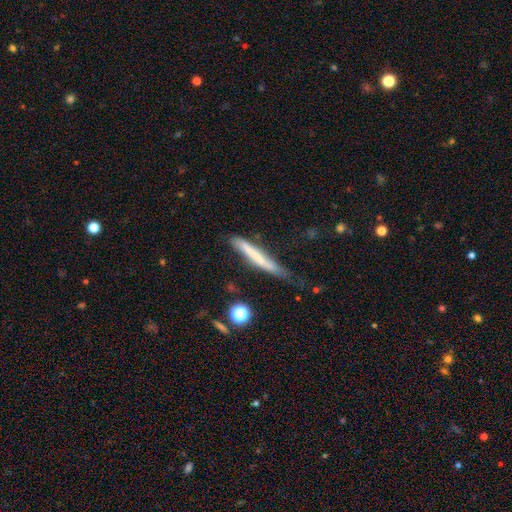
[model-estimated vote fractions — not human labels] Morphology: type=smooth (60%); roundness=cigar-shaped (95%); merging=none (53%).